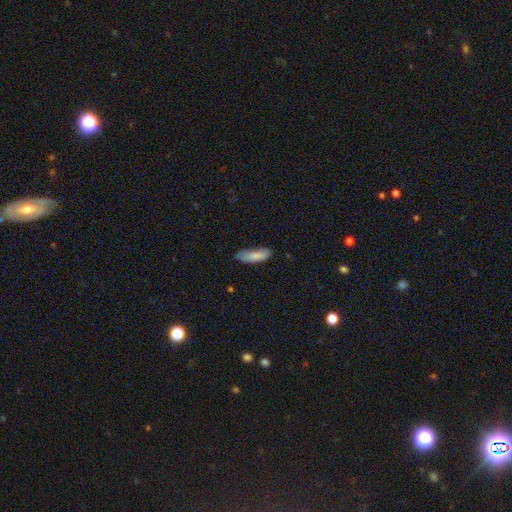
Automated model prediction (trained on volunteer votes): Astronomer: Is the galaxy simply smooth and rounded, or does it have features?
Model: smooth — 84%.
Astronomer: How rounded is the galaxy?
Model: in between — 54% (runner-up: cigar-shaped, 45%).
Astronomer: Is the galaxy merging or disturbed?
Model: none — 65%.